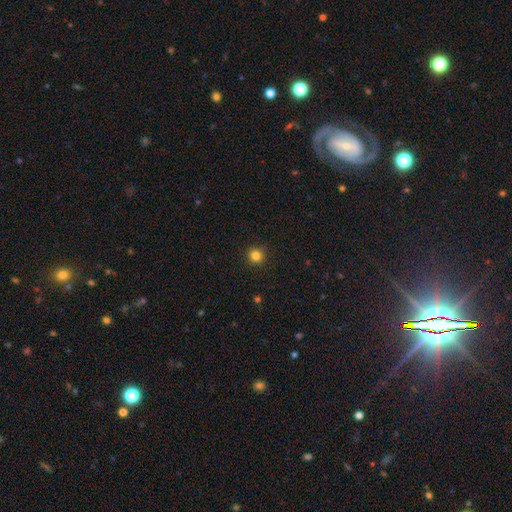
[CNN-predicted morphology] A smooth galaxy with no disk features (83%) that is round (93%).

Vote fractions:
- Smooth or featured? smooth: 83% / star or artifact: 13% / featured or disk: 4%
- How rounded? round: 93% / in between: 6% / cigar-shaped: 1%
- Merging? none: 91% / minor disturbance: 6% / major disturbance: 2% / merger: 1%